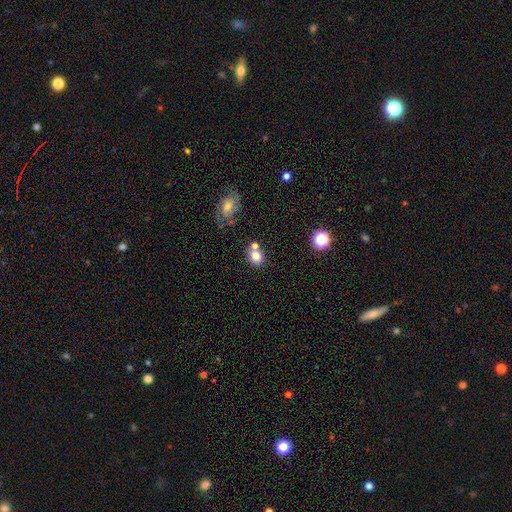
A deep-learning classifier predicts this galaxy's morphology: Q: Smooth or featured?
A: smooth (79%); runner-up: star or artifact (11%)
Q: How rounded?
A: round (63%); runner-up: in between (36%)
Q: Merging?
A: none (55%); runner-up: merger (28%)